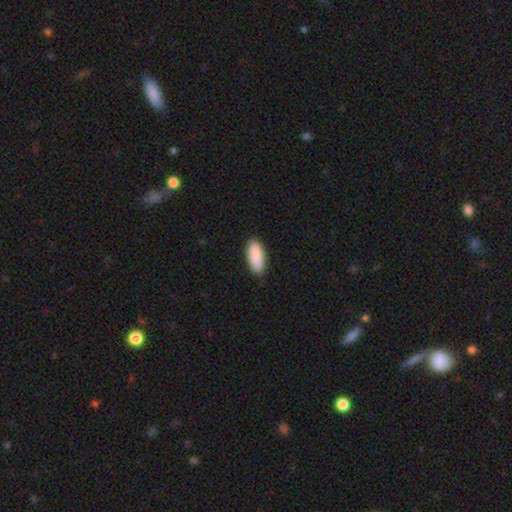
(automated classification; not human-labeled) This is clearly a smooth galaxy (91%). How rounded: clearly in between (83%). Merging: clearly none (88%).